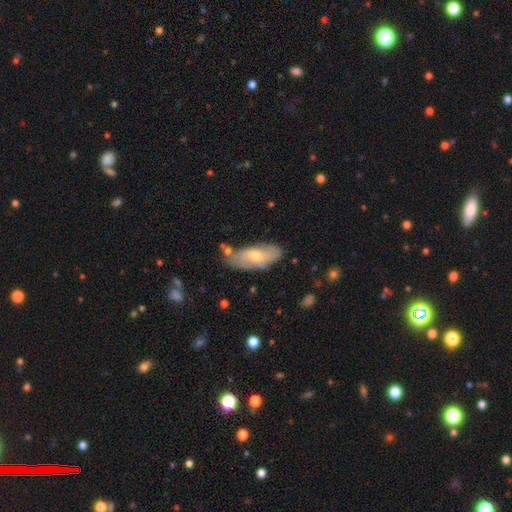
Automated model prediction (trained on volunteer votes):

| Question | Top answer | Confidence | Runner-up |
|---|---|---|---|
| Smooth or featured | smooth | 50% | featured or disk (43%) |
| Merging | none | 67% | minor disturbance (22%) |